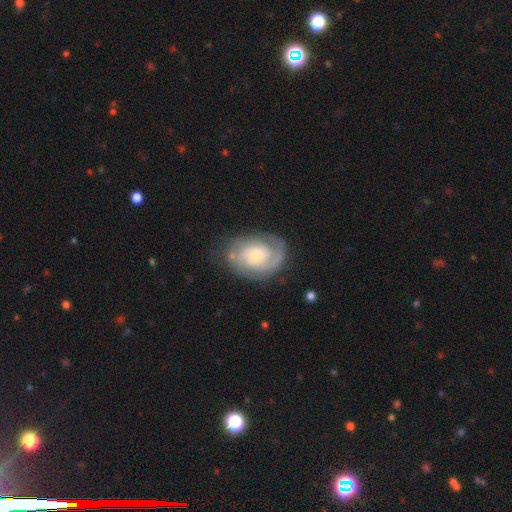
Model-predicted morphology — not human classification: This is clearly a featured or disk galaxy (81%). It is clearly not viewed edge-on (97%). Bar: likely no (68%). Spiral arm pattern: clearly yes (93%). Spiral arm count: possibly 2 (51%). Spiral winding: likely tight (62%). Central bulge: possibly moderate (50%). Merging: likely none (72%).